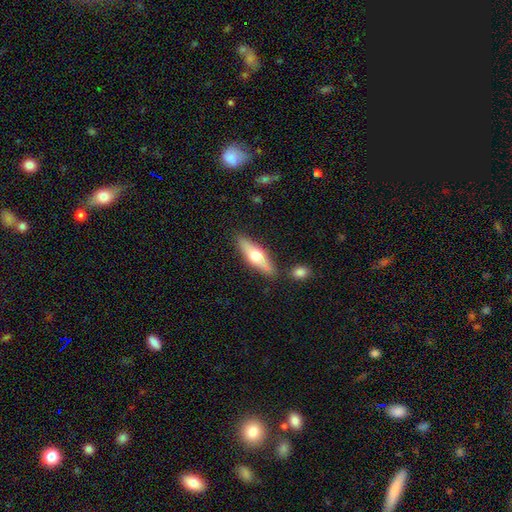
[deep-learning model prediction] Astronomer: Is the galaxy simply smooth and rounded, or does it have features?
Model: smooth — 47%, tied with featured or disk at 47%.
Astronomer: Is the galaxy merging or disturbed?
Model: none — 79%.